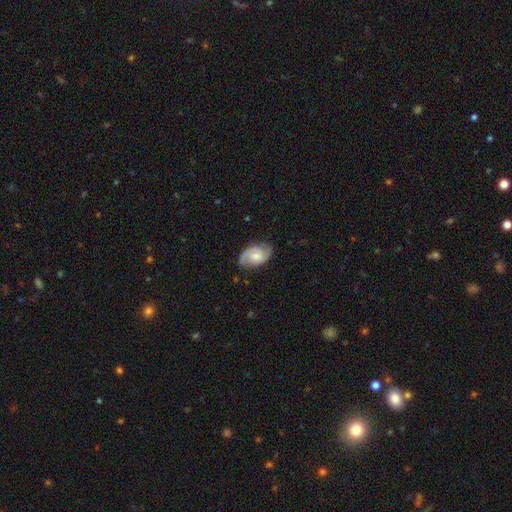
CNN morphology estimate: featured or disk 70%, smooth 24%, star or artifact 6%. Down the decision tree: edge-on disk — no (96%); bar — no (55%); spiral arms — yes (94%); spiral arm count — 2 (84%); spiral winding — medium (47%); bulge size — moderate (47%); merging — none (78%).